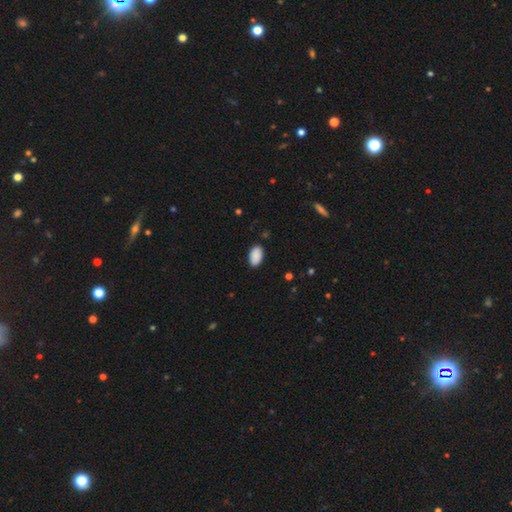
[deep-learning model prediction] smooth_or_featured: smooth (p=0.90) [alt: star or artifact p=0.06]
how_rounded: in between (p=0.94) [alt: round p=0.04]
merging: none (p=0.87) [alt: minor disturbance p=0.10]